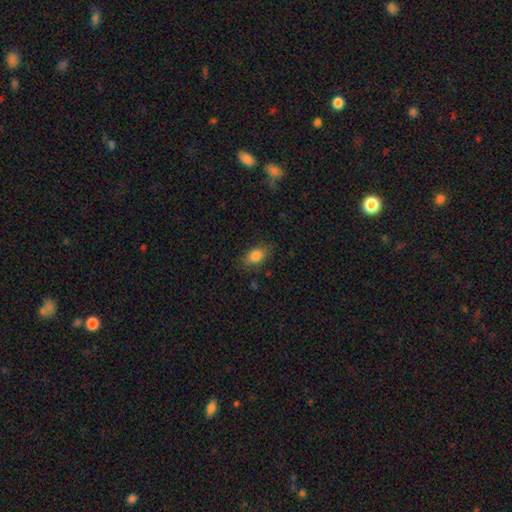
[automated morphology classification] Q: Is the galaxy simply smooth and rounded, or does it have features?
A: smooth — 83%.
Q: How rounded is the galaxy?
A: in between — 84%.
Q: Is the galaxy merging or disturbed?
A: none — 81%.